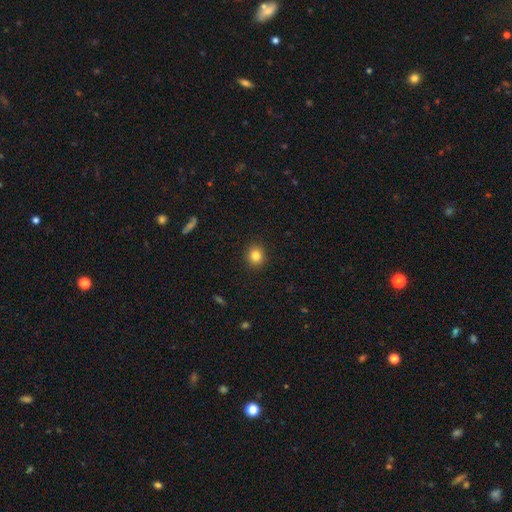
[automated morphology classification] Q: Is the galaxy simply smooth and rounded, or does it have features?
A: smooth — 82%.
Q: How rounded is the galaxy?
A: round — 87%.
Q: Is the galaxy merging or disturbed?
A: none — 92%.